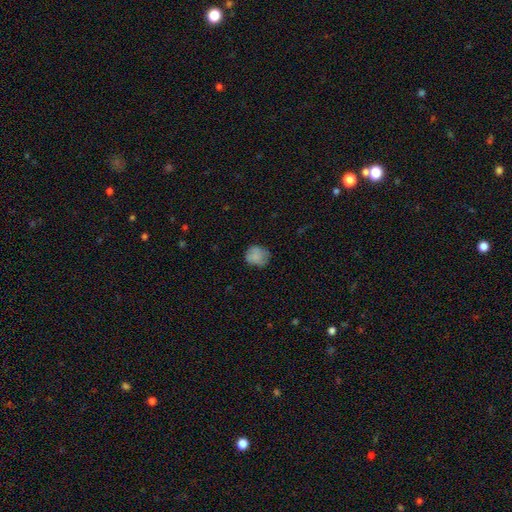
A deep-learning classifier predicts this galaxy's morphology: This is likely a smooth galaxy (80%). How rounded: likely round (77%). Merging: likely none (68%).